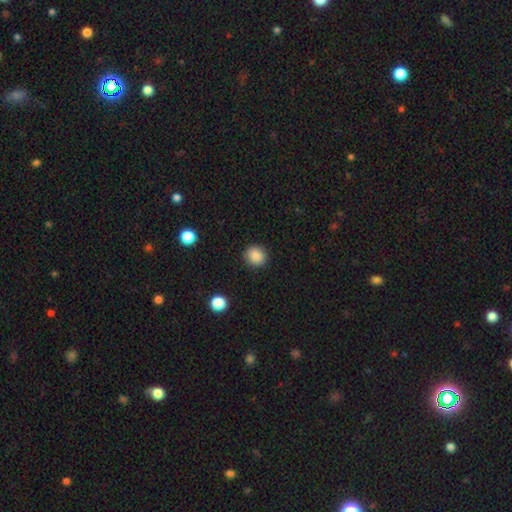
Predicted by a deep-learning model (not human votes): This is clearly a smooth galaxy (87%). How rounded: clearly round (90%). Merging: clearly none (91%).